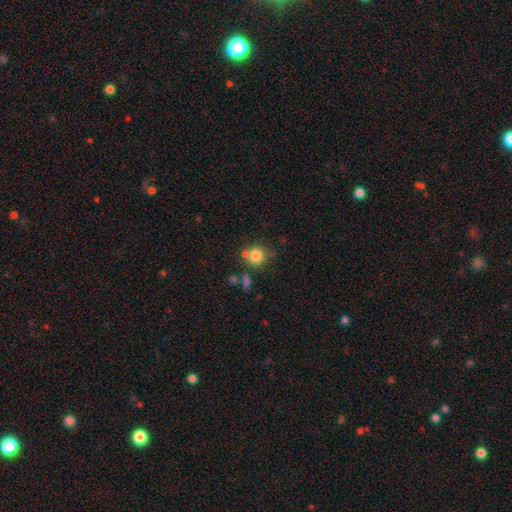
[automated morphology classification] The model was most divided on "merging": none: 65%, merger: 16%, minor disturbance: 13%, major disturbance: 5%. More confident: how rounded — round (90%); smooth or featured — smooth (81%).